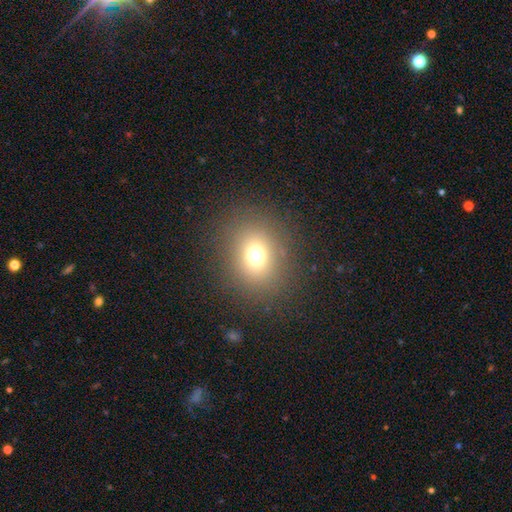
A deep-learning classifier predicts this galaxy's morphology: smooth-or-featured: smooth: 69% | star or artifact: 21% | featured or disk: 10%
  how-rounded: round: 67% | in between: 32% | cigar-shaped: 1%
  merging: none: 86% | minor disturbance: 8% | major disturbance: 6% | merger: 1%